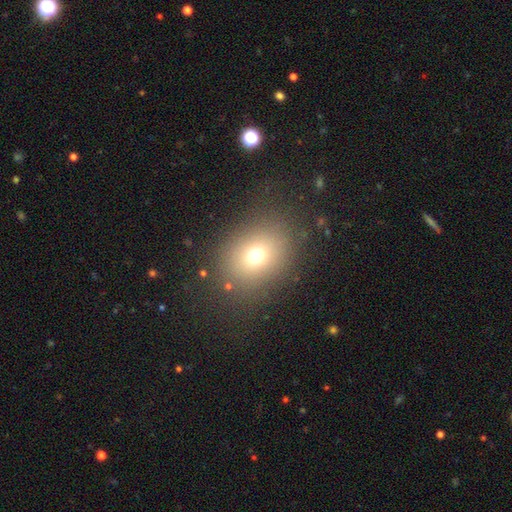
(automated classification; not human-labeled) Smooth or featured: smooth — 69% (star or artifact — 19%)
How rounded: round — 51% (in between — 48%)
Merging: none — 82% (minor disturbance — 10%)